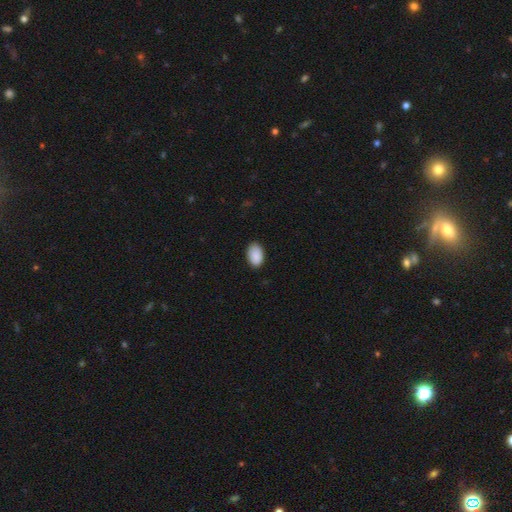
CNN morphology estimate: Smooth or featured: smooth — 91% (star or artifact — 6%)
How rounded: in between — 91% (round — 8%)
Merging: none — 85% (minor disturbance — 12%)